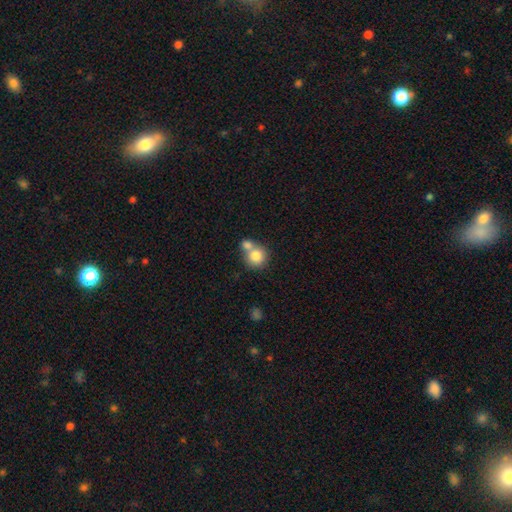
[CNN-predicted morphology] This is likely a smooth galaxy (79%). How rounded: clearly round (87%). Merging: possibly merger (47%).